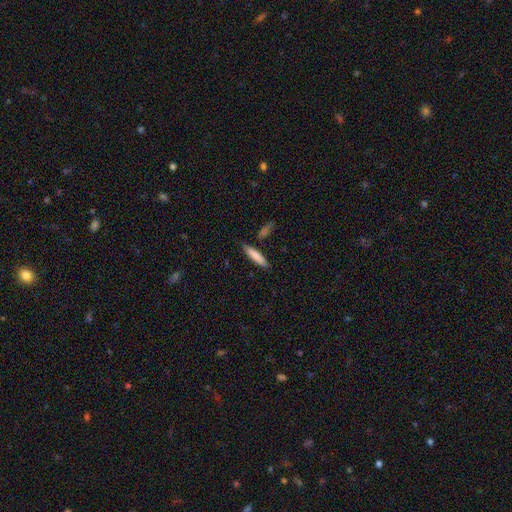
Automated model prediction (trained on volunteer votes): Q: Smooth or featured?
A: smooth (80%); runner-up: featured or disk (14%)
Q: How rounded?
A: cigar-shaped (83%); runner-up: in between (15%)
Q: Merging?
A: none (83%); runner-up: minor disturbance (10%)